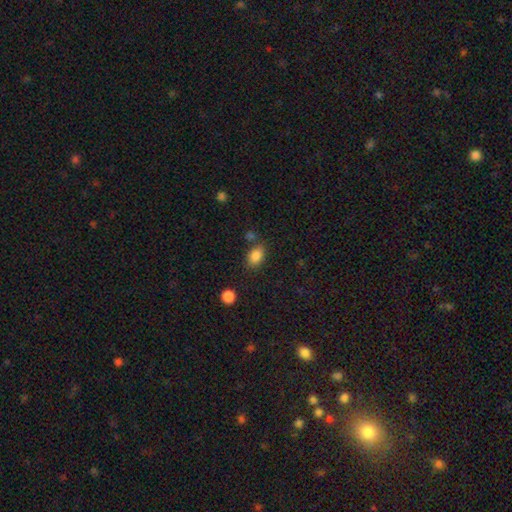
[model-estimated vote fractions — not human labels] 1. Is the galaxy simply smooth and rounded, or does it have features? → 85% smooth, 10% star or artifact, 5% featured or disk.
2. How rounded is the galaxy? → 81% in between, 18% round, 1% cigar-shaped.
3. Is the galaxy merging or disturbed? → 73% none, 14% minor disturbance, 8% merger, 4% major disturbance.